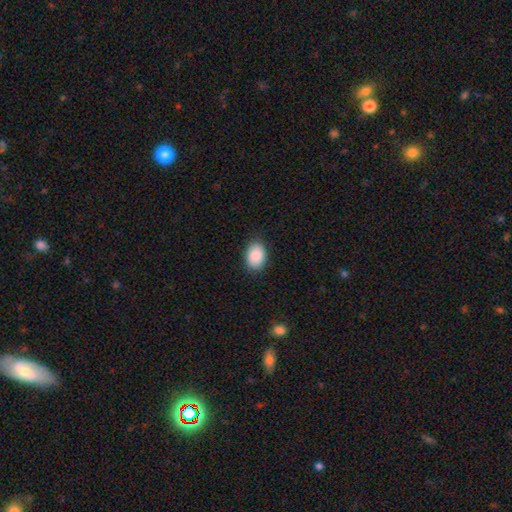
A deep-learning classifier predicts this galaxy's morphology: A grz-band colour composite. It shows a smooth galaxy with no disk features (90%) that is in between round and cigar-shaped (82%). Merging: none (87%).